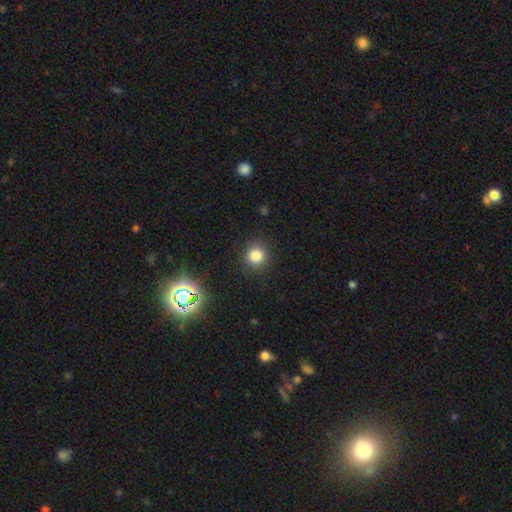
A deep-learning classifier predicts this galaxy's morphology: Q: Smooth or featured?
A: smooth (82%); runner-up: star or artifact (13%)
Q: How rounded?
A: round (91%); runner-up: in between (8%)
Q: Merging?
A: none (90%); runner-up: minor disturbance (7%)